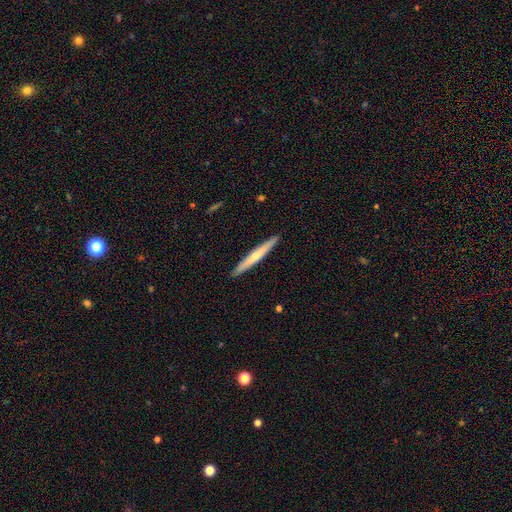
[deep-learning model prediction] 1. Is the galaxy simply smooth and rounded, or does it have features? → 48% smooth, 47% featured or disk, 5% star or artifact.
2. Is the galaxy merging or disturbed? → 92% none, 6% minor disturbance, 1% major disturbance, 1% merger.